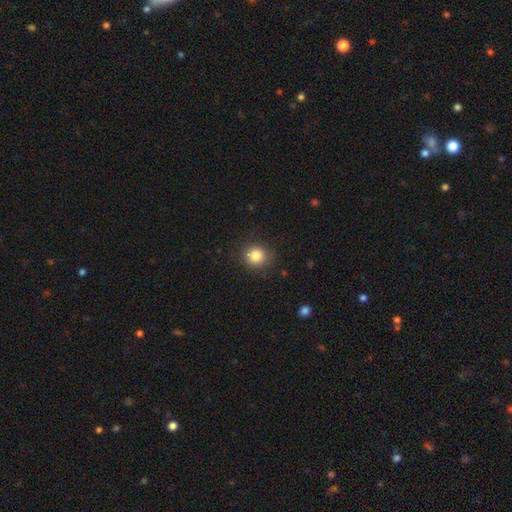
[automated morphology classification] Smooth or featured? Predicted: smooth (p=0.84). How rounded? Predicted: round (p=0.89). Merging? Predicted: none (p=0.87).